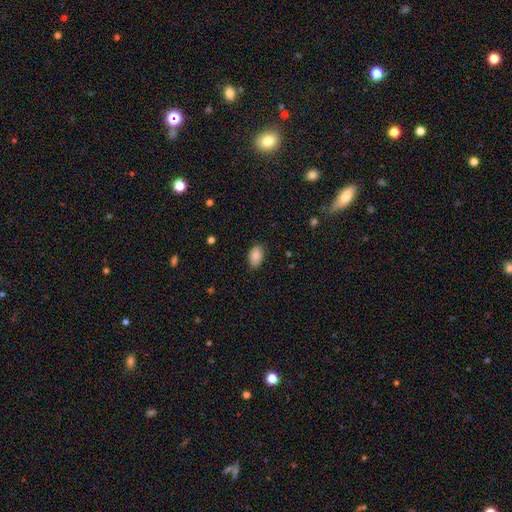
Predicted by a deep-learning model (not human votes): Smooth or featured: smooth — 87% (star or artifact — 7%)
How rounded: in between — 90% (round — 8%)
Merging: none — 85% (minor disturbance — 12%)